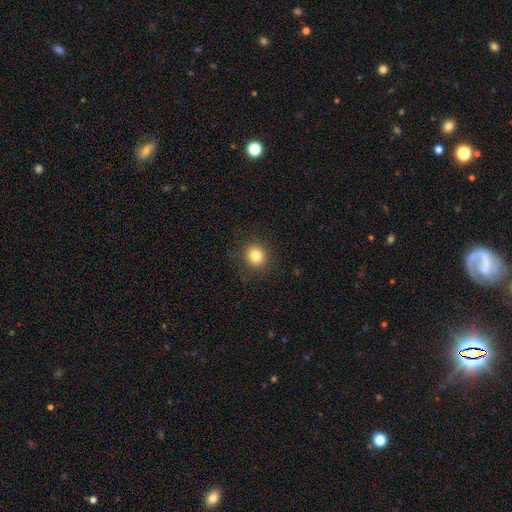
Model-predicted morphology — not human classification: This appears to be a smooth galaxy with no disk features (82%) that is round (90%). Merging: none (88%).